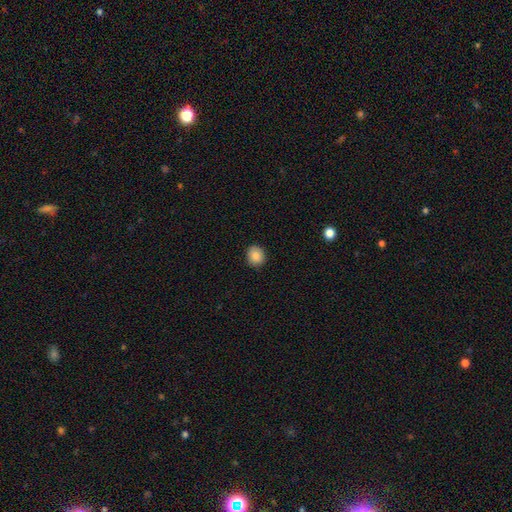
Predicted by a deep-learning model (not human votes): Smooth or featured: smooth — 85% (star or artifact — 9%)
How rounded: round — 78% (in between — 21%)
Merging: none — 90% (minor disturbance — 8%)